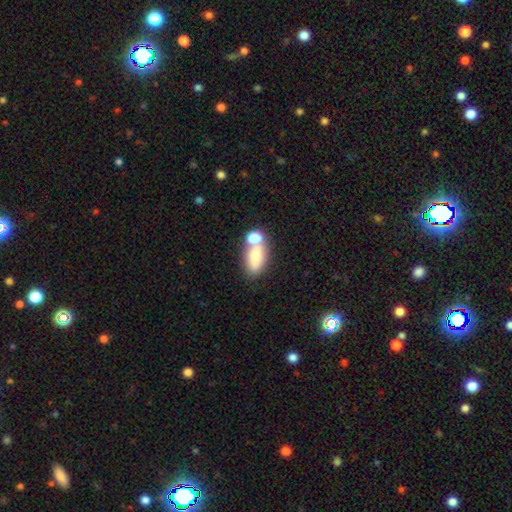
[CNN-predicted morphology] Smooth or featured? Predicted: smooth (p=0.74). How rounded? Predicted: in between (p=0.80). Merging? Predicted: merger (p=0.45).